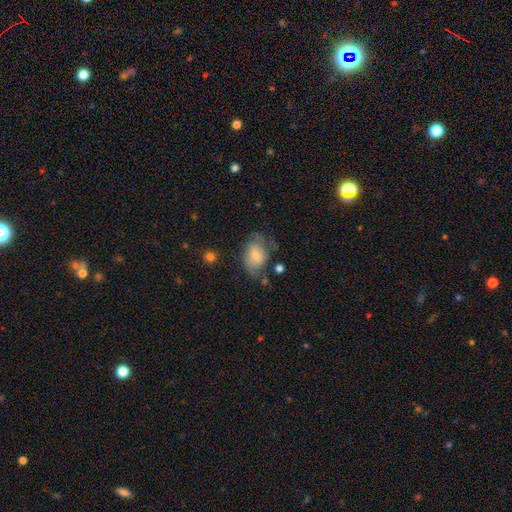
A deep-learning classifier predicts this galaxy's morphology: This is likely a smooth galaxy (60%). How rounded: likely in between (78%). Merging: marginally none (43%).